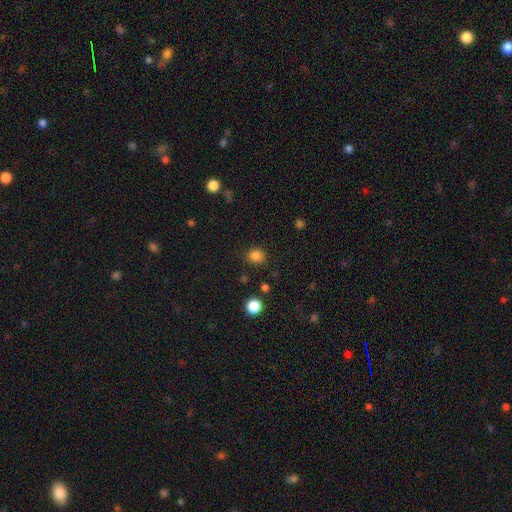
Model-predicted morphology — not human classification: A smooth galaxy with no disk features (83%) that is round (78%). Merging: none (87%).